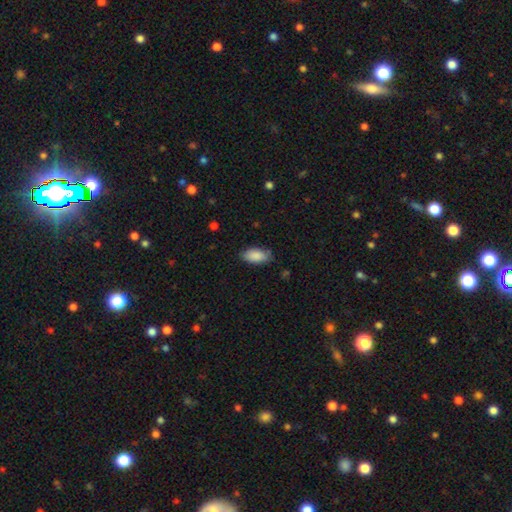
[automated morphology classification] A smooth galaxy with no disk features (88%) that is in between round and cigar-shaped (93%). Merging: none (77%).